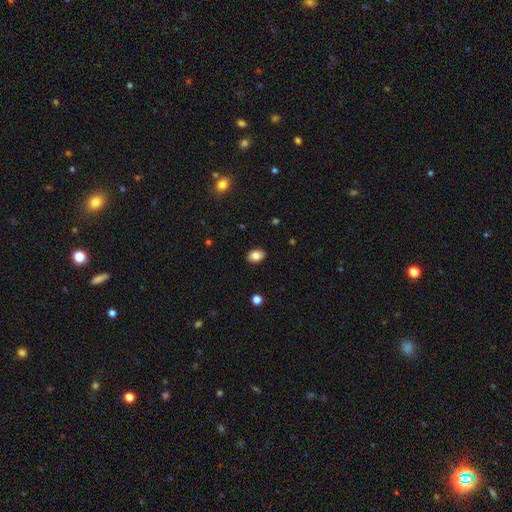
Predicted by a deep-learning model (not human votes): Smooth or featured? smooth (82%)
How rounded? in between (77%)
Merging? none (89%)